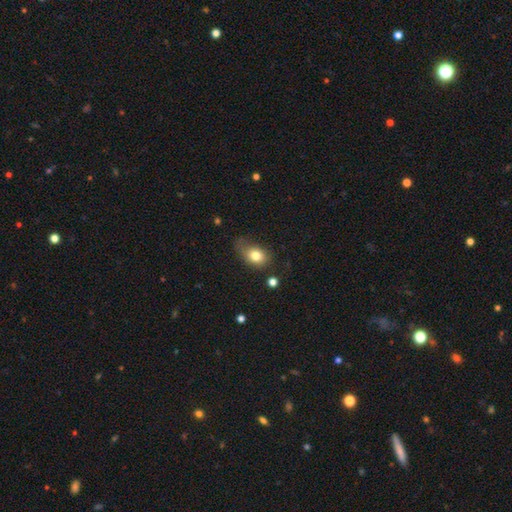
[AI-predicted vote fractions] smooth 78%, featured or disk 11%, star or artifact 10%. Down the decision tree: how rounded — in between (67%); merging — none (45%).